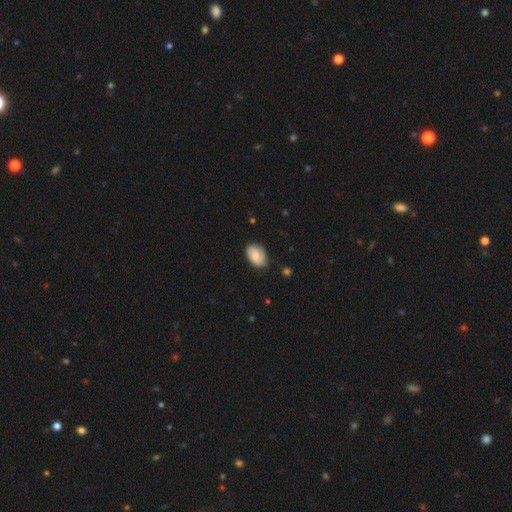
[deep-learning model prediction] This appears to be a smooth galaxy with no disk features (75%) that is in between round and cigar-shaped (89%). Merging: none (76%).